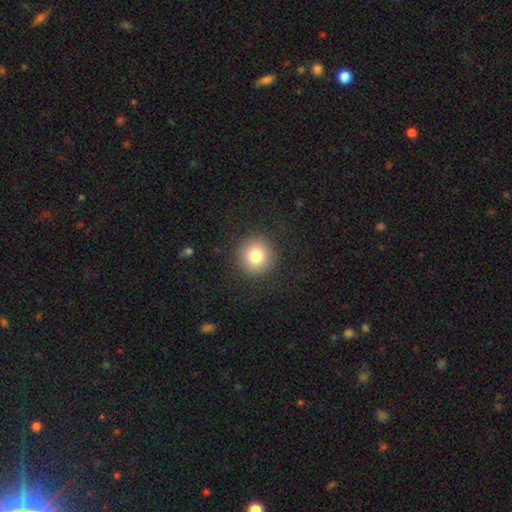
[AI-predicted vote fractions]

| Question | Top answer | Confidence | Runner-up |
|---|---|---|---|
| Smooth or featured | smooth | 81% | star or artifact (11%) |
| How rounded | round | 93% | in between (6%) |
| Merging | none | 90% | minor disturbance (6%) |